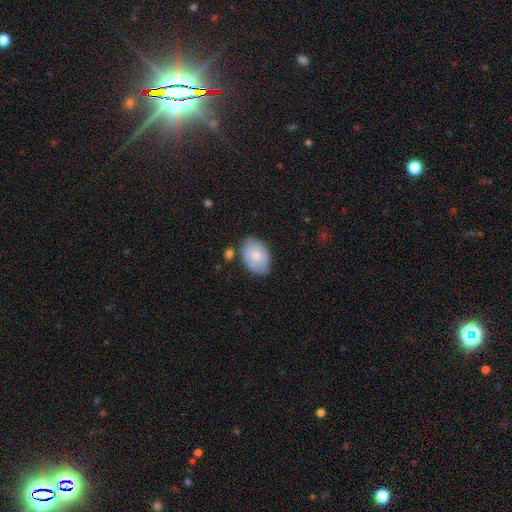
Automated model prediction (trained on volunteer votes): Smooth or featured?
  - smooth: 54% *
  - featured or disk: 40%
  - star or artifact: 6%
How rounded?
  - in between: 82% *
  - round: 17%
  - cigar-shaped: 1%
Merging?
  - none: 62% *
  - minor disturbance: 27%
  - major disturbance: 6%
  - merger: 5%